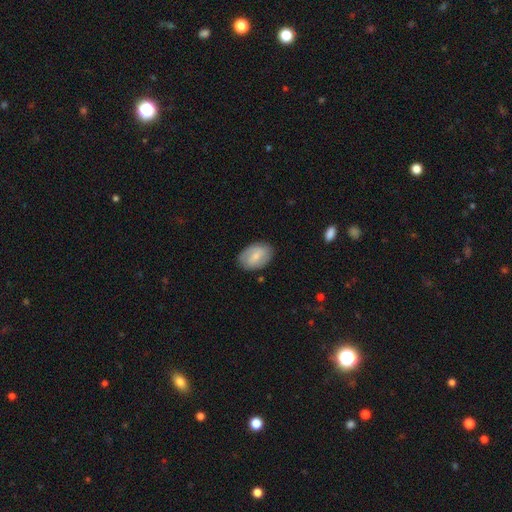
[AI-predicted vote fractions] Smooth or featured: smooth — 68% (featured or disk — 26%)
How rounded: in between — 88% (round — 11%)
Merging: none — 82% (minor disturbance — 13%)